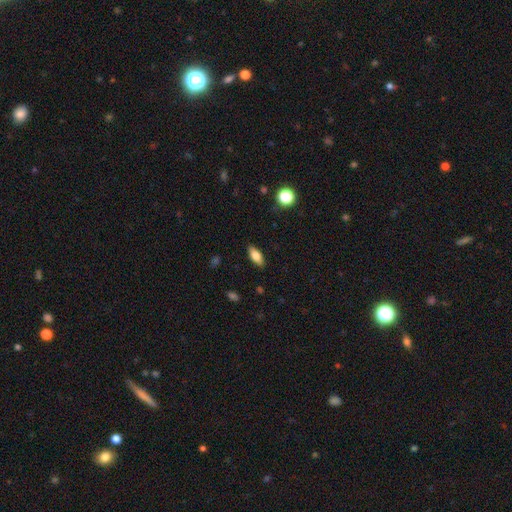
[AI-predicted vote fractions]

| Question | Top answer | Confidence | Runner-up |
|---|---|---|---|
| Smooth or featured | smooth | 77% | featured or disk (16%) |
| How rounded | in between | 82% | cigar-shaped (15%) |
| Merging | none | 87% | minor disturbance (9%) |